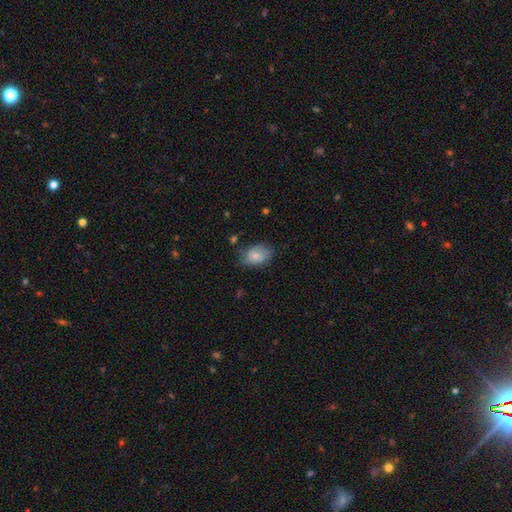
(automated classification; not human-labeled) smooth 74%, featured or disk 18%, star or artifact 8%. Down the decision tree: how rounded — in between (81%); merging — none (61%).